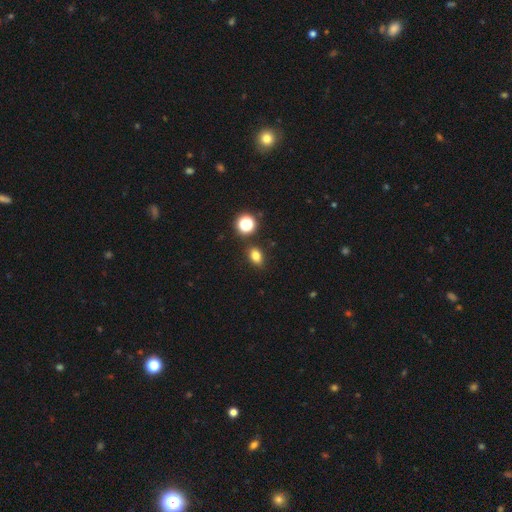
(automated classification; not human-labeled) smooth_or_featured: smooth (p=0.79) [alt: star or artifact p=0.15]
how_rounded: in between (p=0.72) [alt: round p=0.26]
merging: none (p=0.84) [alt: minor disturbance p=0.09]